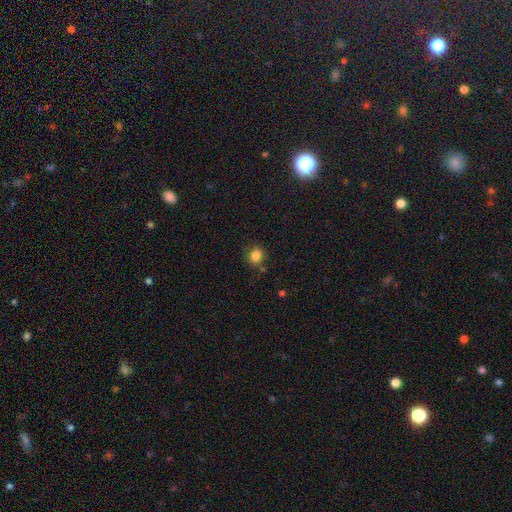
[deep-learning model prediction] A smooth galaxy with no disk features (83%) that is round (75%). Merging: none (75%).